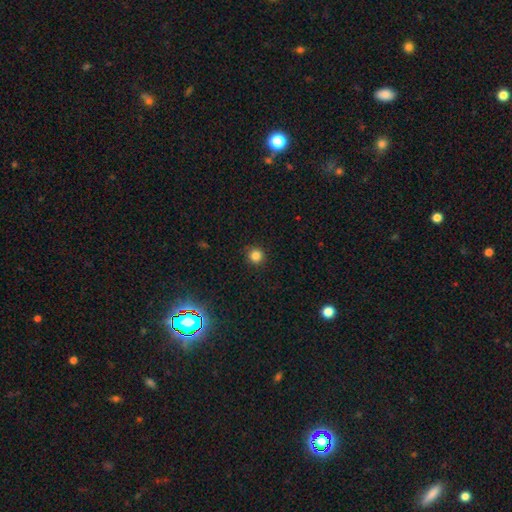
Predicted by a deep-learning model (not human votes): Q: Smooth or featured?
A: smooth (83%); runner-up: star or artifact (13%)
Q: How rounded?
A: round (95%); runner-up: in between (4%)
Q: Merging?
A: none (92%); runner-up: minor disturbance (6%)